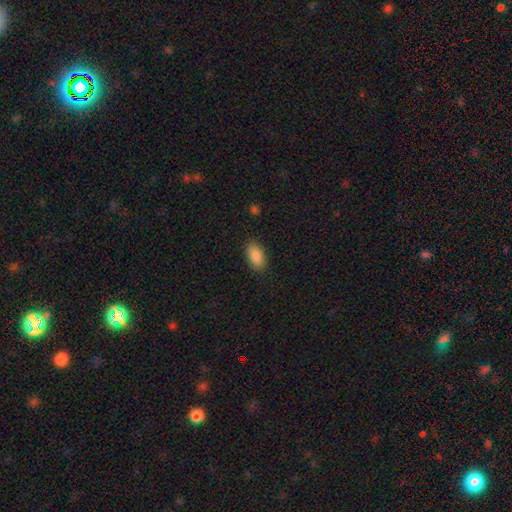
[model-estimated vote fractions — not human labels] Smooth or featured?
  - smooth: 89% *
  - star or artifact: 7%
  - featured or disk: 4%
How rounded?
  - in between: 93% *
  - cigar-shaped: 4%
  - round: 4%
Merging?
  - none: 87% *
  - minor disturbance: 10%
  - major disturbance: 3%
  - merger: 1%